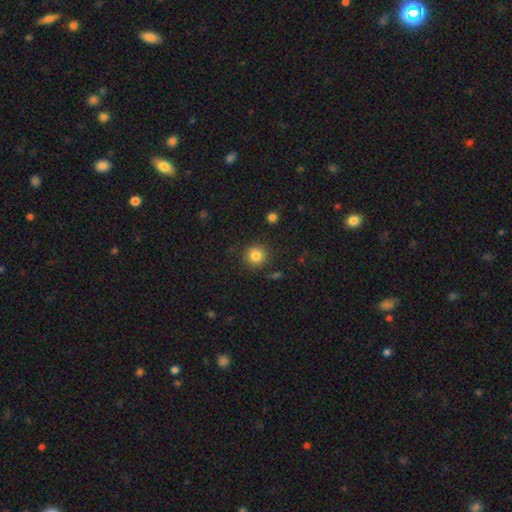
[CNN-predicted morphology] The model was most divided on "smooth or featured": smooth: 84%, star or artifact: 11%, featured or disk: 5%. More confident: how rounded — round (93%); merging — none (88%).